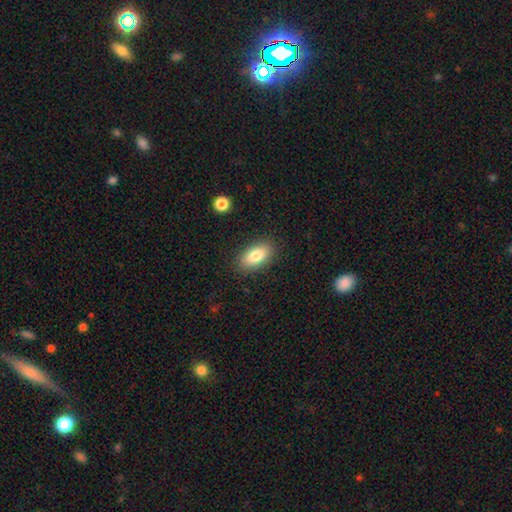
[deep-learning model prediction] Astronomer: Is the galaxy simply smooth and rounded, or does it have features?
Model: smooth — 82%.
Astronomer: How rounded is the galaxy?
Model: in between — 90%.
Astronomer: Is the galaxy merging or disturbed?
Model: none — 87%.